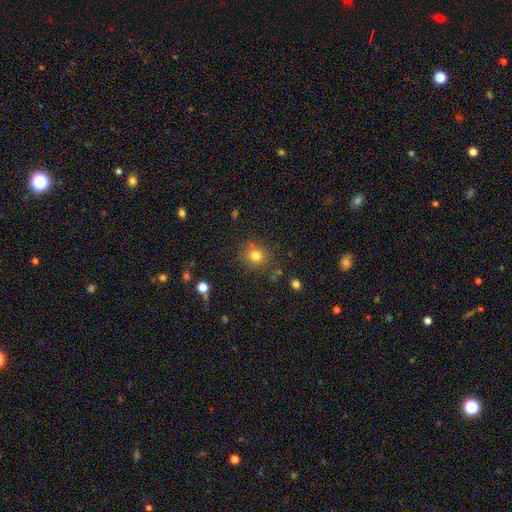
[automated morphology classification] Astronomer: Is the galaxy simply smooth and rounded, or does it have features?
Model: smooth — 78%.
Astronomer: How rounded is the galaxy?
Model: round — 85%.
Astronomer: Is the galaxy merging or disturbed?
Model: none — 80%.